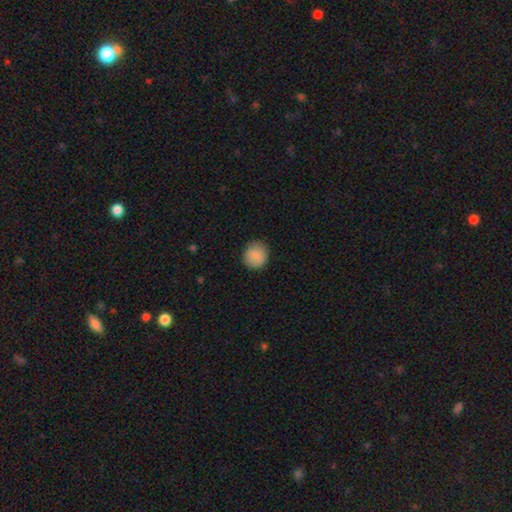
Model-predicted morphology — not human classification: Q: Smooth or featured?
A: smooth (88%); runner-up: star or artifact (7%)
Q: How rounded?
A: round (89%); runner-up: in between (10%)
Q: Merging?
A: none (87%); runner-up: minor disturbance (10%)